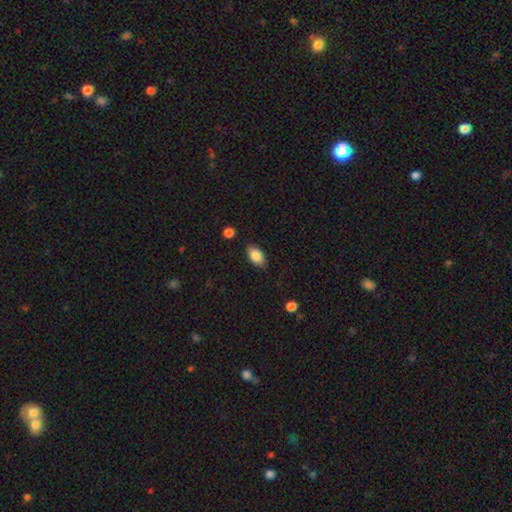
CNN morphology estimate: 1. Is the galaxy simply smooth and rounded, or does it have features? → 85% smooth, 8% featured or disk, 7% star or artifact.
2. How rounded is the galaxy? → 91% in between, 6% round, 3% cigar-shaped.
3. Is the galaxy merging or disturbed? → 82% none, 14% minor disturbance, 3% major disturbance, 2% merger.